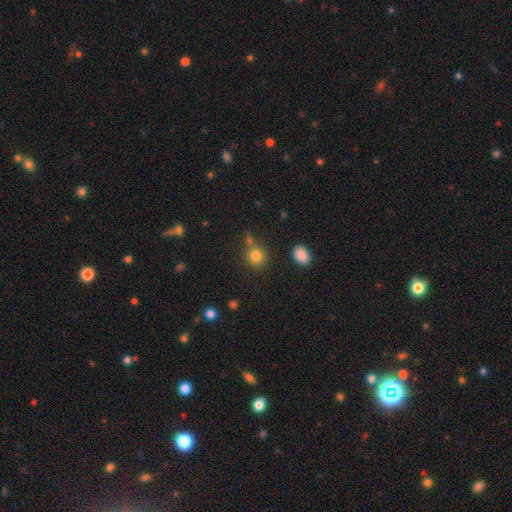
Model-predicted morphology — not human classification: smooth 80%, star or artifact 13%, featured or disk 6%. Down the decision tree: how rounded — round (86%); merging — none (72%).